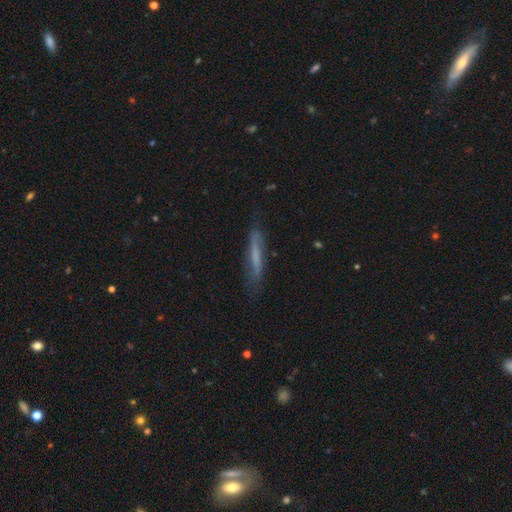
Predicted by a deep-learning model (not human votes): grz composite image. It shows a smooth galaxy with no disk features (51%) that is cigar-shaped (91%). Merging: none (75%).